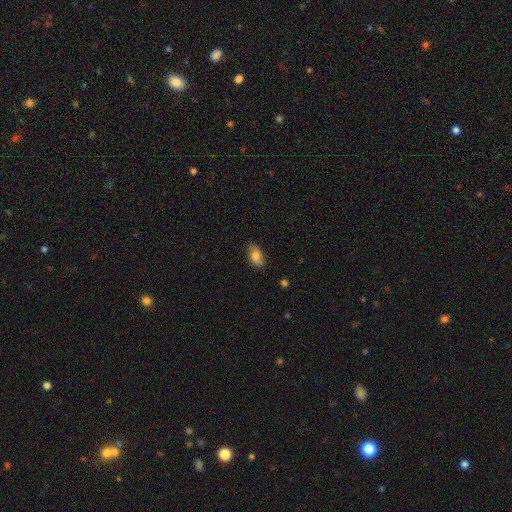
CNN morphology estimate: The model was most divided on "smooth or featured": smooth: 70%, featured or disk: 22%, star or artifact: 8%. More confident: how rounded — in between (91%); merging — none (78%).